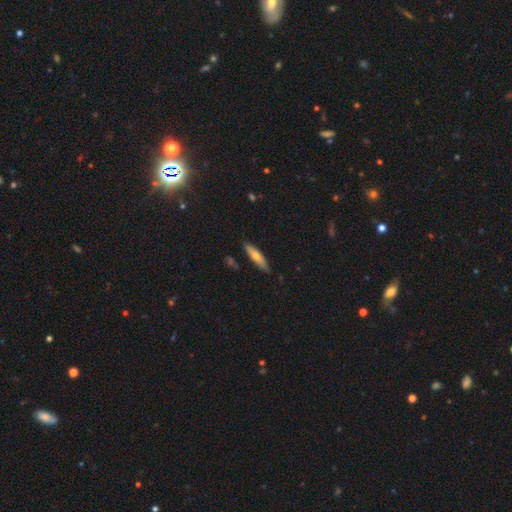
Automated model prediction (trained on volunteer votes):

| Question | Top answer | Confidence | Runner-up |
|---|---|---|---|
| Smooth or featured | smooth | 58% | featured or disk (35%) |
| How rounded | cigar-shaped | 76% | in between (22%) |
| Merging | none | 82% | minor disturbance (14%) |